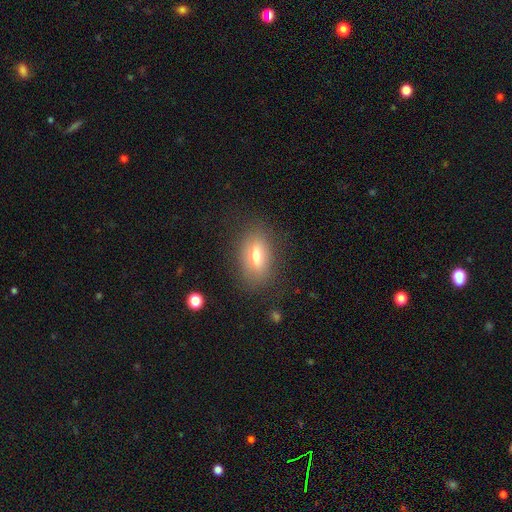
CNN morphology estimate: Smooth or featured? Predicted: smooth (p=0.62). How rounded? Predicted: in between (p=0.80). Merging? Predicted: none (p=0.81).